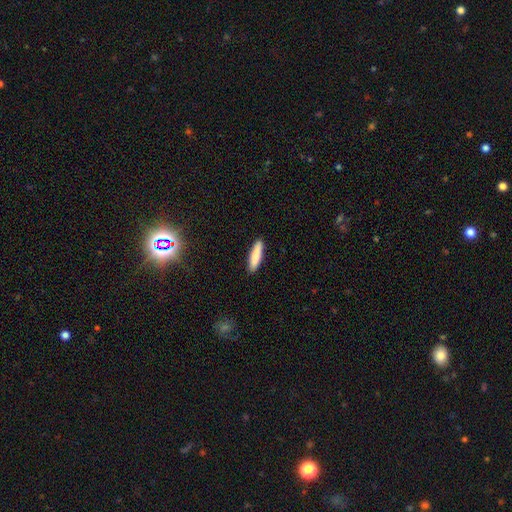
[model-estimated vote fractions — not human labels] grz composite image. It shows a smooth galaxy with no disk features (85%) that is cigar-shaped (76%). Merging: none (90%).